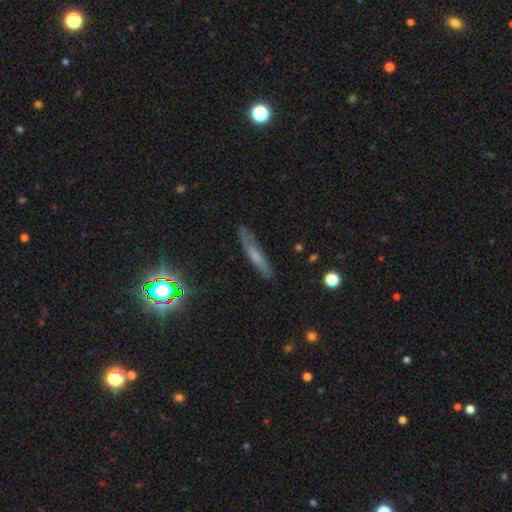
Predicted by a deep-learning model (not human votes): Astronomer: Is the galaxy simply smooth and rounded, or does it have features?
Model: smooth — 45% (runner-up: featured or disk, 41%).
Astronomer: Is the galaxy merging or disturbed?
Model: none — 78%.